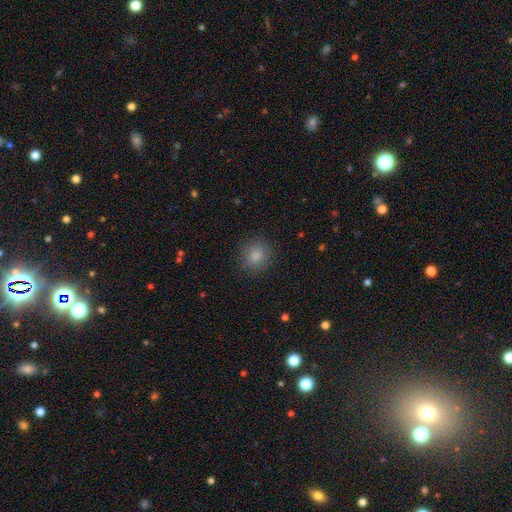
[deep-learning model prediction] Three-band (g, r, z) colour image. It shows a smooth galaxy with no disk features (85%) that is round (75%). Merging: none (86%).